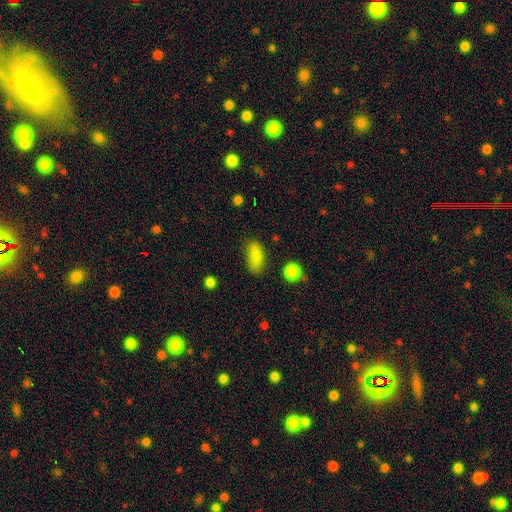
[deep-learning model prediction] Smooth or featured? Predicted: smooth (p=0.85). How rounded? Predicted: in between (p=0.87). Merging? Predicted: none (p=0.71).